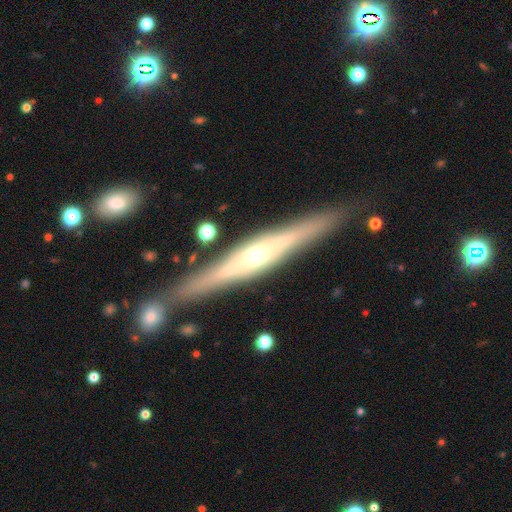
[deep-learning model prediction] featured or disk 79%, smooth 15%, star or artifact 6%. Down the decision tree: edge-on disk — yes (95%); edge-on bulge — rounded (75%); merging — none (83%).